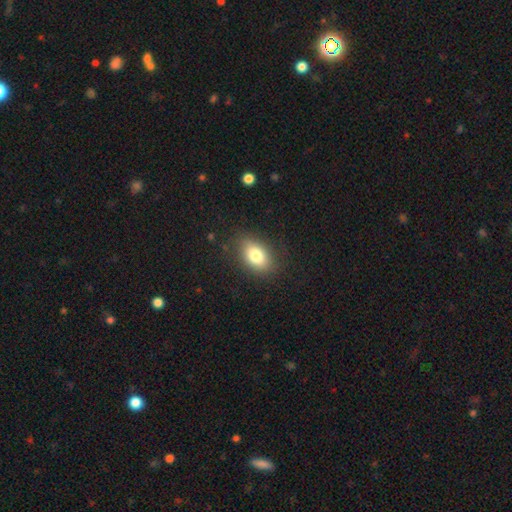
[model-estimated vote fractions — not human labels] A smooth galaxy with no disk features (79%) that is in between round and cigar-shaped (84%). Merging: none (82%).